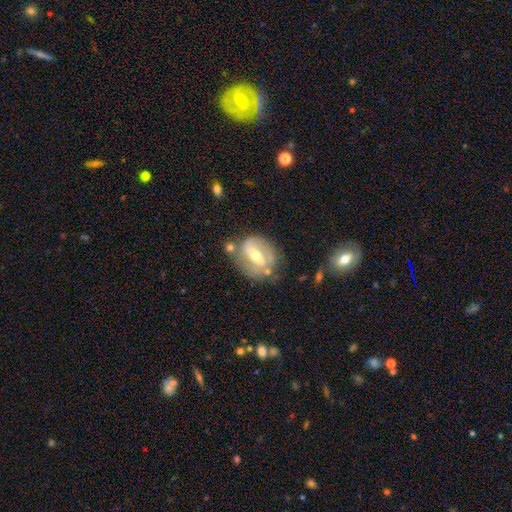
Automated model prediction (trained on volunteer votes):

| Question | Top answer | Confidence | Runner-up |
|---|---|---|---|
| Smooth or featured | featured or disk | 73% | smooth (21%) |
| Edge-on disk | no | 92% | yes (8%) |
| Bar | strong | 57% | weak (30%) |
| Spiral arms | yes | 69% | no (31%) |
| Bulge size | moderate | 56% | small (38%) |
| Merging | none | 63% | minor disturbance (19%) |